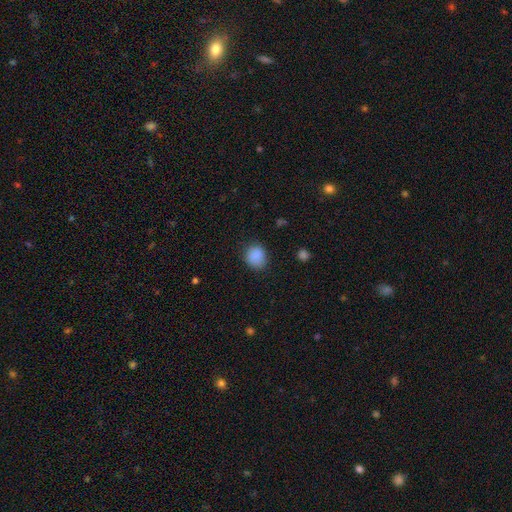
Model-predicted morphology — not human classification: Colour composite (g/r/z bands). It shows a smooth galaxy with no disk features (87%) that is round (68%). Merging: none (79%).